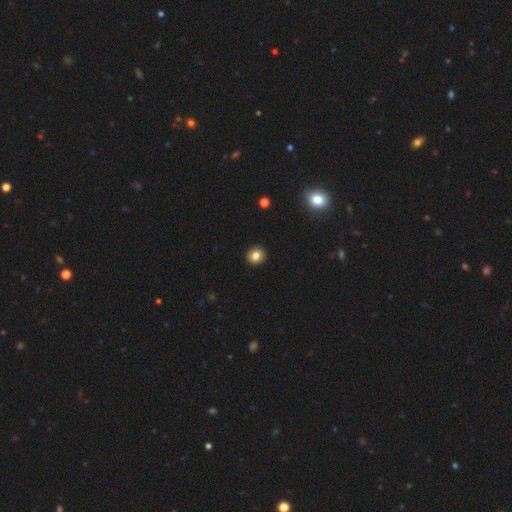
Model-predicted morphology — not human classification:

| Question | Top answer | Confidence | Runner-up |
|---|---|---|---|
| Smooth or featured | smooth | 84% | star or artifact (10%) |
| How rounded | round | 89% | in between (10%) |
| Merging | none | 92% | minor disturbance (5%) |